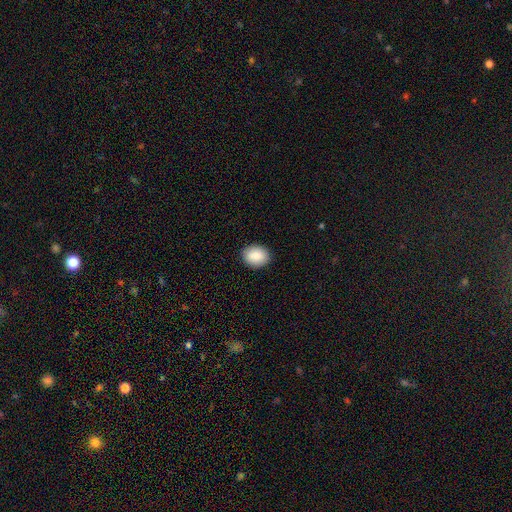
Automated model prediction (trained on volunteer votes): Morphology: type=smooth (87%); roundness=in between (53%); merging=none (90%).